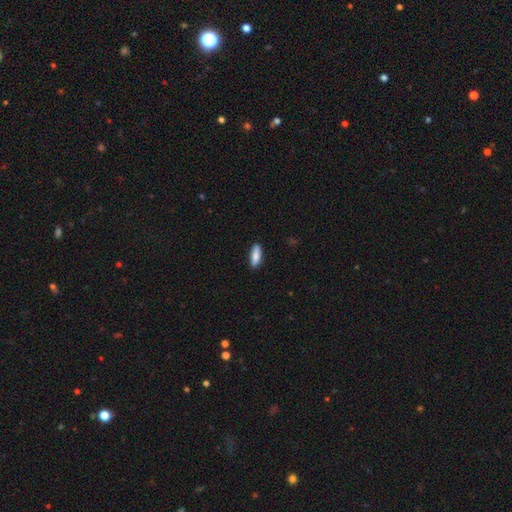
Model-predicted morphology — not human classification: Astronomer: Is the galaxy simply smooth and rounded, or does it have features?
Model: smooth — 86%.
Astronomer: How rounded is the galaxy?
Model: in between — 59% (runner-up: cigar-shaped, 39%).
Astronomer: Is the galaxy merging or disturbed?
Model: none — 87%.